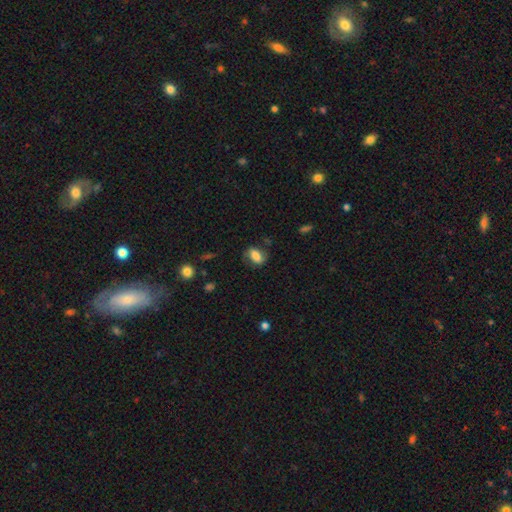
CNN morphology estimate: A smooth galaxy with no disk features (59%) that is in between round and cigar-shaped (82%).

Vote fractions:
- Smooth or featured? smooth: 59% / featured or disk: 32% / star or artifact: 9%
- How rounded? in between: 82% / round: 15% / cigar-shaped: 4%
- Merging? none: 68% / minor disturbance: 21% / major disturbance: 10% / merger: 2%